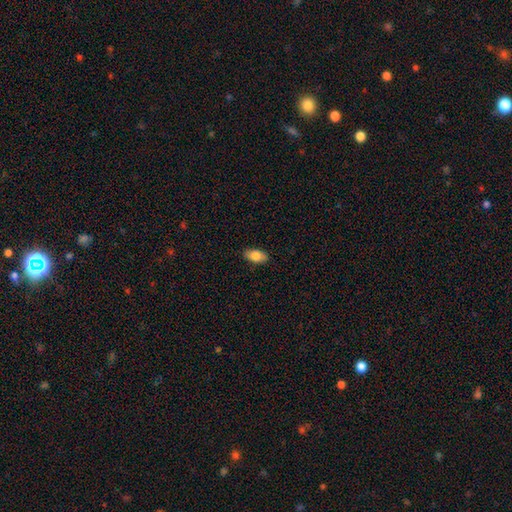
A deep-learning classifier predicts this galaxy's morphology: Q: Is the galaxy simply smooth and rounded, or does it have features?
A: smooth — 83%.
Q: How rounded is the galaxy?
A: in between — 92%.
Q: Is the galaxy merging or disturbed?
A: none — 88%.